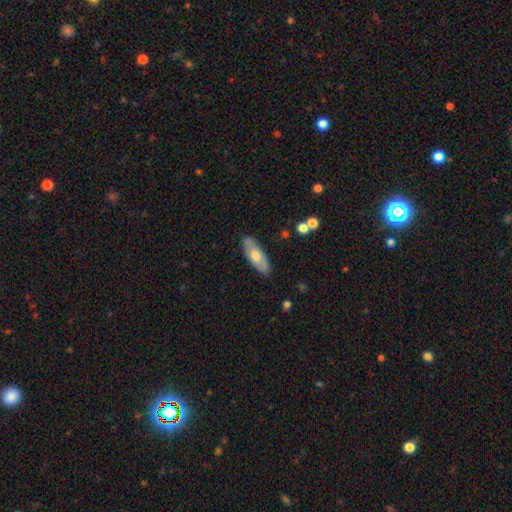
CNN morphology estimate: Overall: smooth (54%; featured or disk 40%). How rounded: in between (76%). Merging: none (85%).